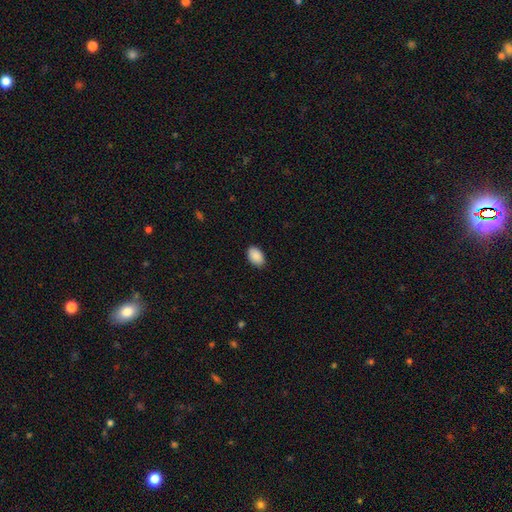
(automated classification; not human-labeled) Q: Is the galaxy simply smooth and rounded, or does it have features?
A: smooth — 90%.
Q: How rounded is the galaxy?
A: in between — 91%.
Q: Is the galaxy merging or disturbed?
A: none — 86%.